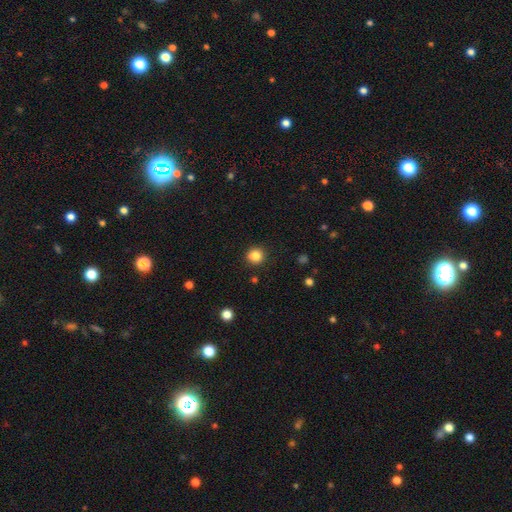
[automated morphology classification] This appears to be a smooth galaxy with no disk features (84%) that is round (88%). Merging: none (86%).